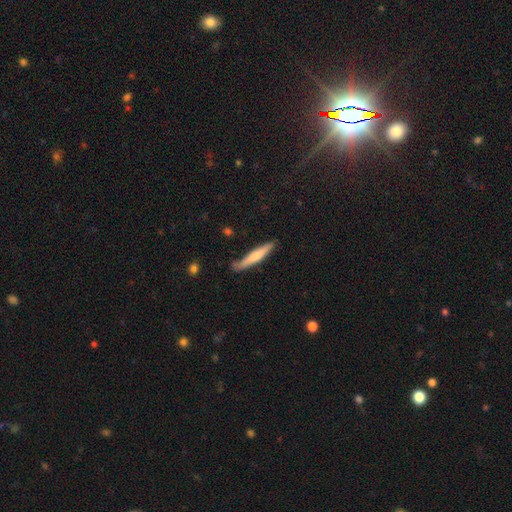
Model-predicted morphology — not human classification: The model was most divided on "smooth or featured": smooth: 66%, featured or disk: 28%, star or artifact: 5%. More confident: how rounded — cigar-shaped (92%); merging — none (75%).